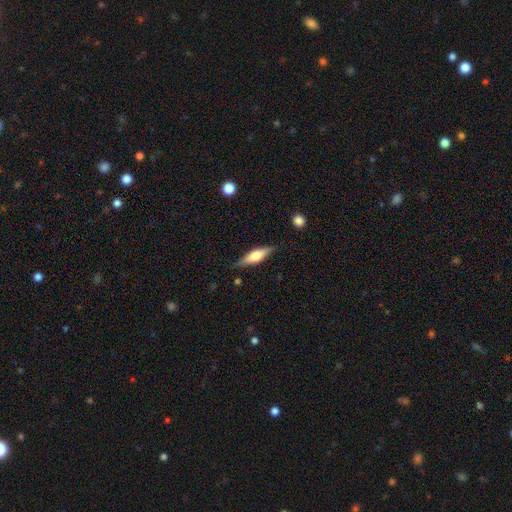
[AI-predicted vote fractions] Overall: smooth (51%; featured or disk 43%). How rounded: cigar-shaped (56%; in between 41%). Merging: none (82%).